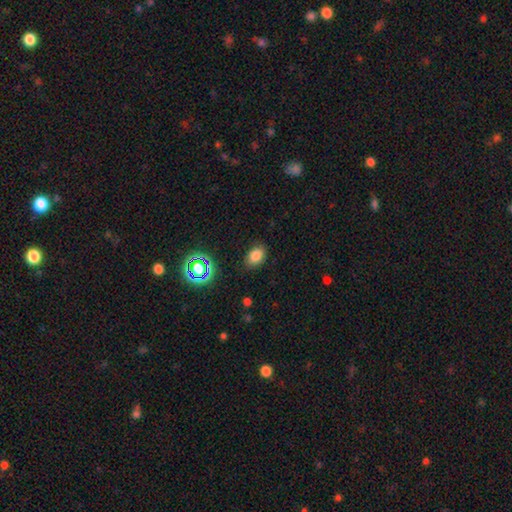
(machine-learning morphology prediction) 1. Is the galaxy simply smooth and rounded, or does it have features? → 79% smooth, 14% star or artifact, 7% featured or disk.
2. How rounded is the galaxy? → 77% in between, 22% round, 1% cigar-shaped.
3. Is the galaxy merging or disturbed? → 82% none, 13% minor disturbance, 3% major disturbance, 1% merger.